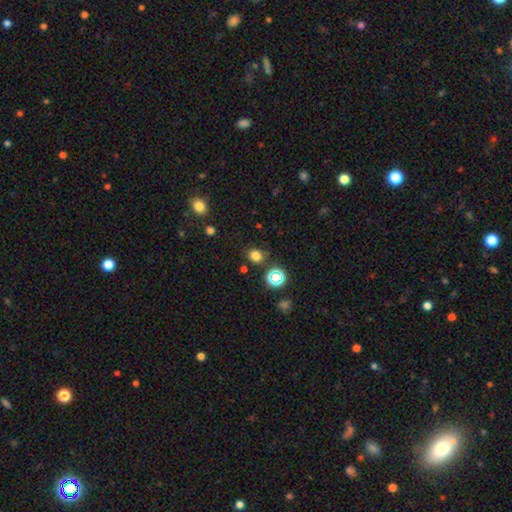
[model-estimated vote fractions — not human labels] The model was most divided on "how rounded": round: 65%, in between: 34%, cigar-shaped: 1%. More confident: merging — none (81%); smooth or featured — smooth (74%).